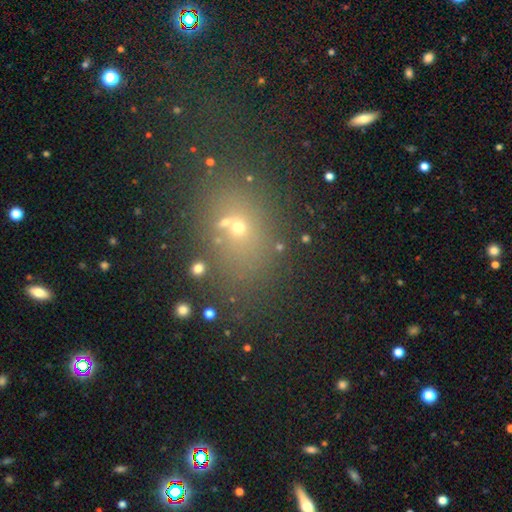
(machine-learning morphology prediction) This appears to be a smooth galaxy with no disk features (47%). Merging: none (71%).